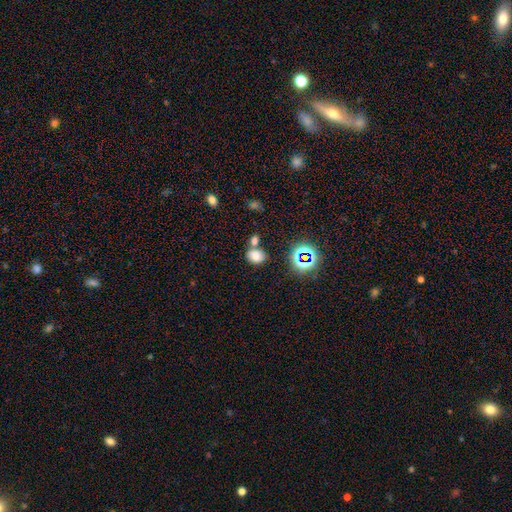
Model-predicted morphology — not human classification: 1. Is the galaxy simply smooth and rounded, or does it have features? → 70% smooth, 19% star or artifact, 11% featured or disk.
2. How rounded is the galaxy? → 60% in between, 39% round, 1% cigar-shaped.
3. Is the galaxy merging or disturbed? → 56% none, 25% merger, 13% minor disturbance, 5% major disturbance.